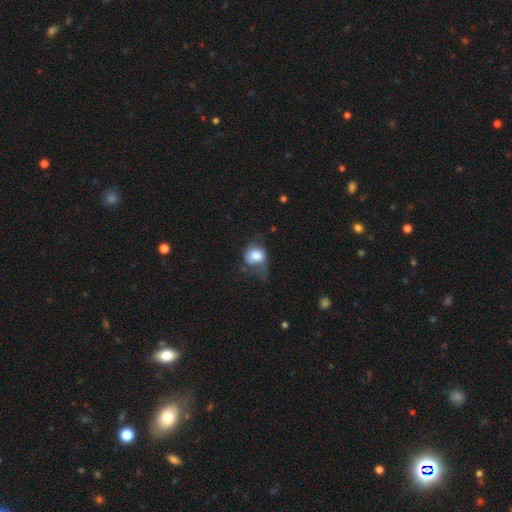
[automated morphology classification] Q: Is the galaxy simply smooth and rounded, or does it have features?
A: smooth — 73%.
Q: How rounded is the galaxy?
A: round — 57%.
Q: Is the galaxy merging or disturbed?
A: major disturbance — 37%.